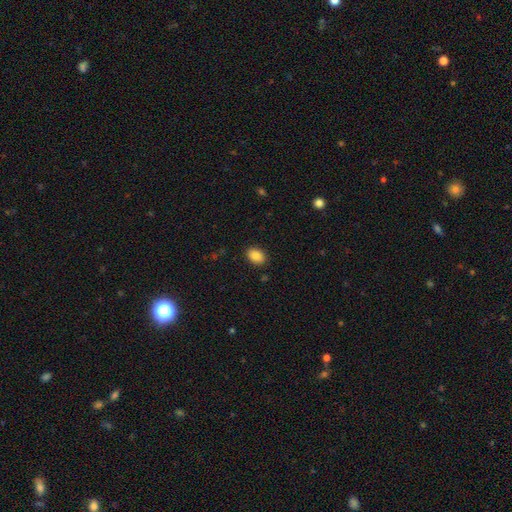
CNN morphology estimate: This is clearly a smooth galaxy (86%). How rounded: likely in between (74%). Merging: clearly none (89%).